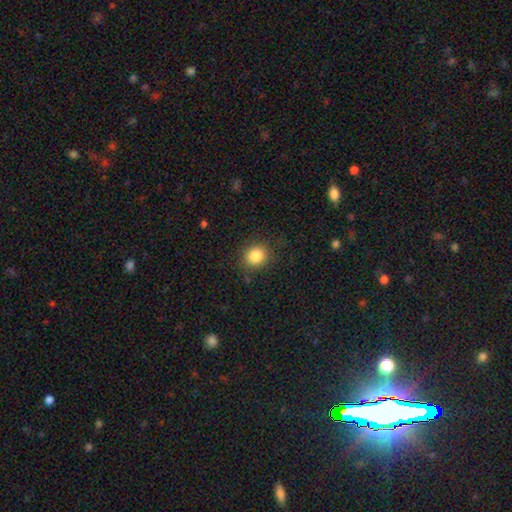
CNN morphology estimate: smooth-or-featured: smooth: 85% | star or artifact: 10% | featured or disk: 5%
  how-rounded: round: 76% | in between: 23% | cigar-shaped: 1%
  merging: none: 84% | minor disturbance: 11% | major disturbance: 4% | merger: 1%